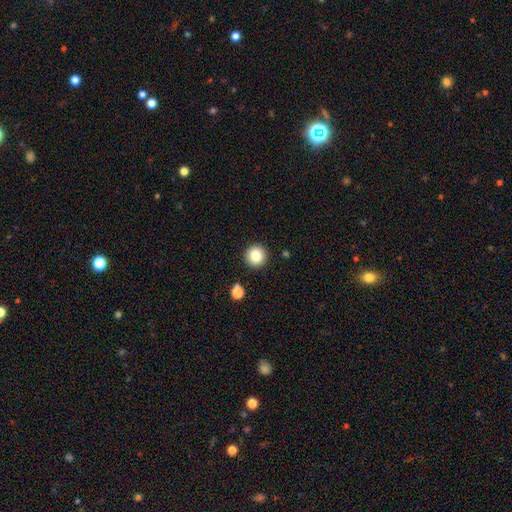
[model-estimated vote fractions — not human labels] A smooth galaxy with no disk features (83%) that is round (94%).

Vote fractions:
- Smooth or featured? smooth: 83% / star or artifact: 10% / featured or disk: 7%
- How rounded? round: 94% / in between: 6% / cigar-shaped: 1%
- Merging? none: 90% / minor disturbance: 6% / merger: 2% / major disturbance: 2%